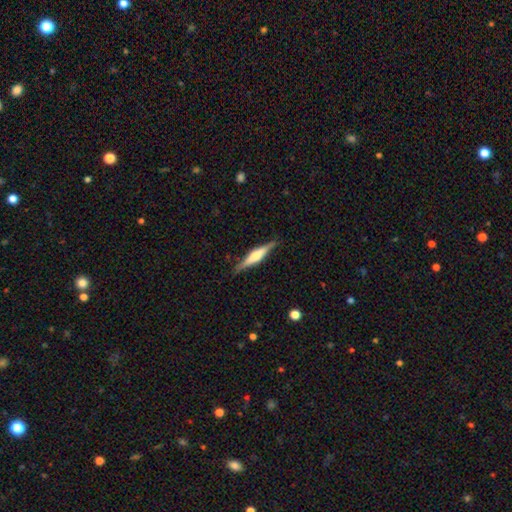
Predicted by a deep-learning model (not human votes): A featured or disk galaxy (66%) viewed edge-on (97%) with a rounded central bulge (66%).

Vote fractions:
- Smooth or featured? featured or disk: 66% / smooth: 28% / star or artifact: 6%
- Edge-on disk? yes: 97% / no: 3%
- Edge-on bulge? rounded: 66% / boxy: 26% / none: 8%
- Merging? none: 87% / minor disturbance: 10% / major disturbance: 2% / merger: 1%